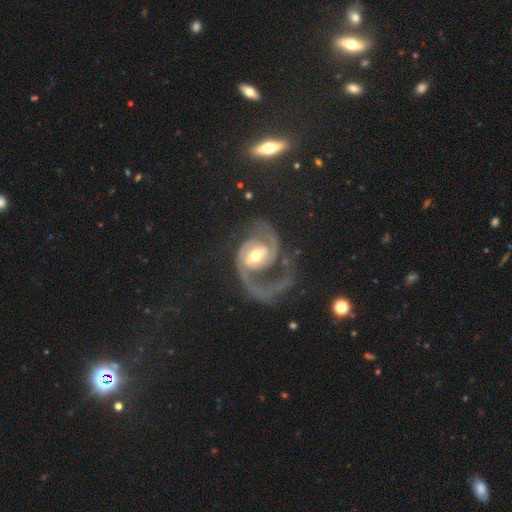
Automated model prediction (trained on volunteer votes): smooth-or-featured: featured or disk: 90% | smooth: 6% | star or artifact: 4%
  disk-edge-on: no: 98% | yes: 2%
    bar: weak: 43% | no: 34% | strong: 23%
    has-spiral-arms: yes: 96% | no: 4%
      spiral-winding: medium: 48% | loose: 34% | tight: 18%
      spiral-arm-count: 2: 78% | 1: 14% | can't tell: 3% | 3: 2% | 4: 1% | more than 4: 1%
    bulge-size: moderate: 66% | small: 24% | large: 8% | dominant: 1% | none: 1%
  merging: none: 45% | major disturbance: 36% | minor disturbance: 15% | merger: 4%